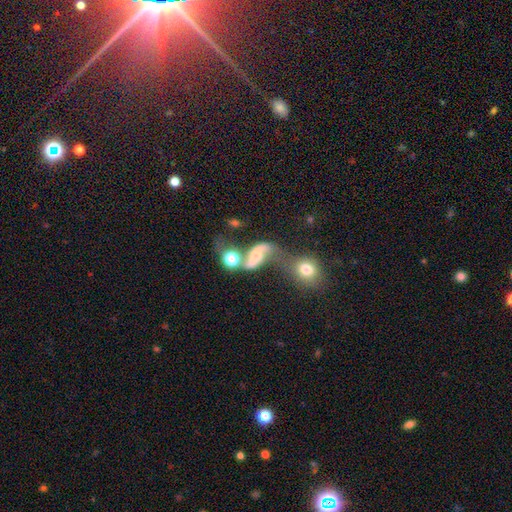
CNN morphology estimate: type=featured or disk (66%); edge-on=no (96%); bar=no (52%); spiral arms=yes (86%); winding=loose (83%); arm count=2 (91%); bulge=moderate (52%); merging=merger (50%).